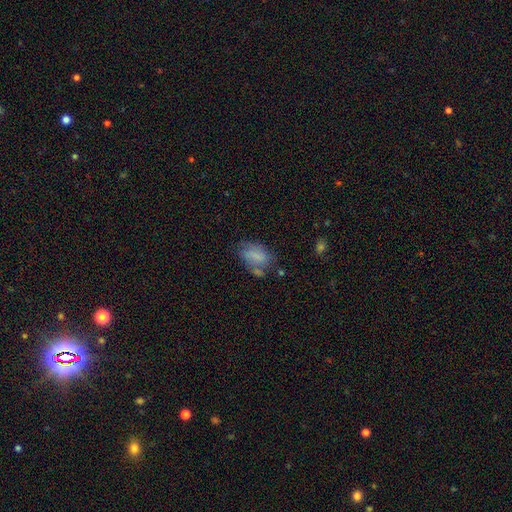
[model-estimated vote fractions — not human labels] Morphology: type=smooth (66%); roundness=in between (87%); merging=none (47%).